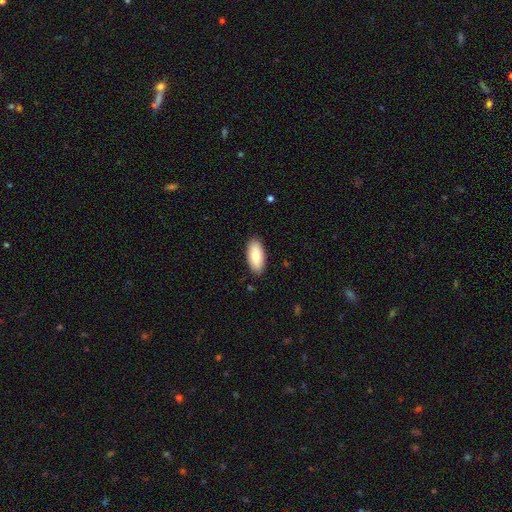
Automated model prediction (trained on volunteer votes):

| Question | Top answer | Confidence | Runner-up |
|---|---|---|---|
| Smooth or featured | smooth | 80% | featured or disk (14%) |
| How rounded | in between | 89% | cigar-shaped (9%) |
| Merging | none | 88% | minor disturbance (9%) |